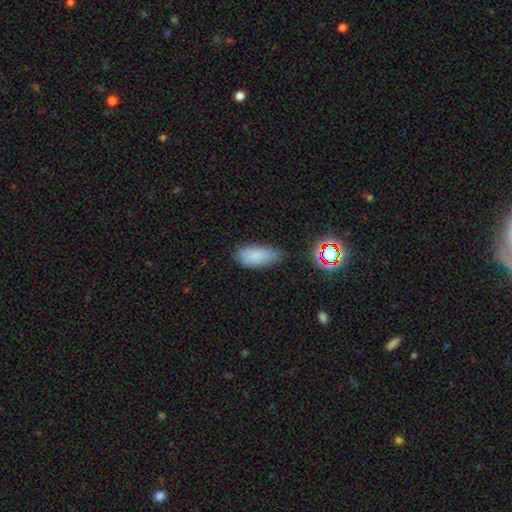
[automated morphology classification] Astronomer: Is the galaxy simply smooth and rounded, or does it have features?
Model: smooth — 81%.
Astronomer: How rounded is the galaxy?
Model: in between — 88%.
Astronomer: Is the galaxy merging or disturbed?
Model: none — 74%.